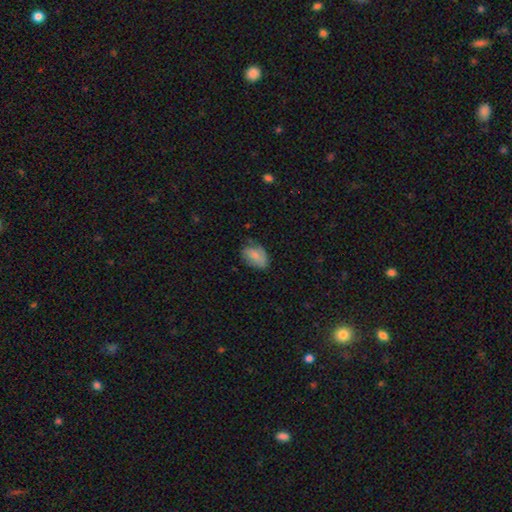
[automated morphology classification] A smooth galaxy with no disk features (76%) that is in between round and cigar-shaped (88%).

Vote fractions:
- Smooth or featured? smooth: 76% / featured or disk: 17% / star or artifact: 8%
- How rounded? in between: 88% / round: 10% / cigar-shaped: 2%
- Merging? none: 58% / minor disturbance: 31% / major disturbance: 9% / merger: 2%